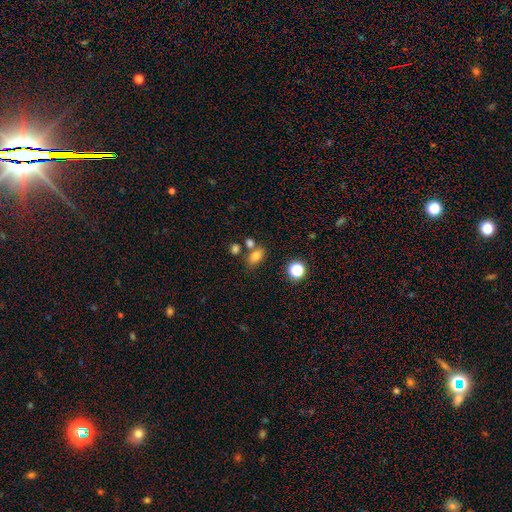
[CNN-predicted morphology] Smooth or featured? Predicted: smooth (p=0.78). How rounded? Predicted: in between (p=0.81). Merging? Predicted: none (p=0.62).